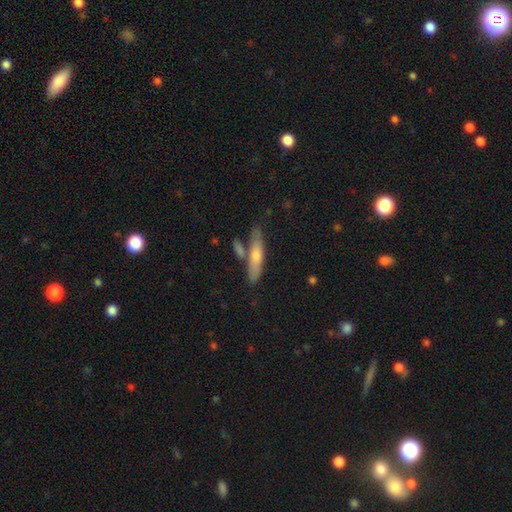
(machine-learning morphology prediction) smooth 58%, featured or disk 36%, star or artifact 6%. Down the decision tree: how rounded — cigar-shaped (80%); merging — none (69%).